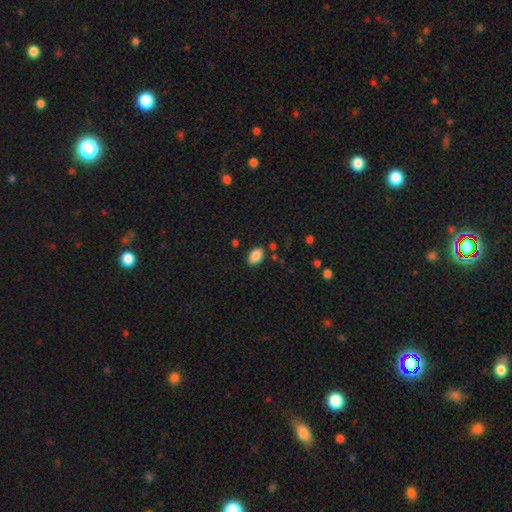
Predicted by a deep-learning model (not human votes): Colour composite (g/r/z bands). It shows a smooth galaxy with no disk features (88%) that is in between round and cigar-shaped (91%). Merging: none (84%).